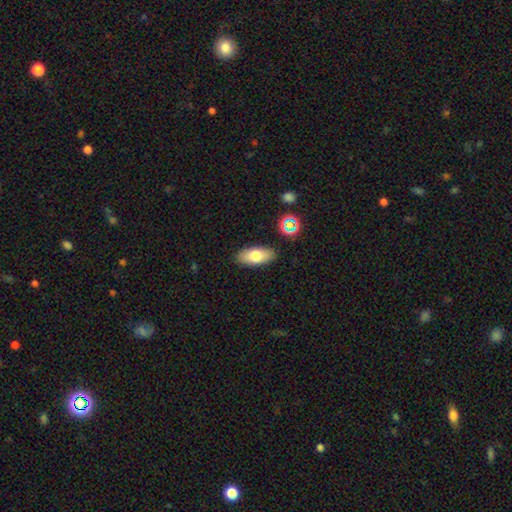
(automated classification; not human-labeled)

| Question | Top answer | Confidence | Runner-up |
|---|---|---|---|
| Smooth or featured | smooth | 75% | featured or disk (17%) |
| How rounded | in between | 86% | cigar-shaped (10%) |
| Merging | none | 87% | minor disturbance (9%) |